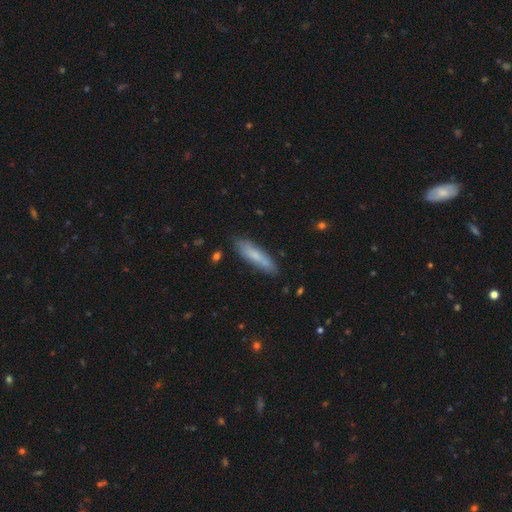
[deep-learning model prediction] A smooth galaxy with no disk features (70%) that is cigar-shaped (72%).

Vote fractions:
- Smooth or featured? smooth: 70% / featured or disk: 23% / star or artifact: 6%
- How rounded? cigar-shaped: 72% / in between: 26% / round: 2%
- Merging? none: 82% / minor disturbance: 14% / major disturbance: 3% / merger: 2%